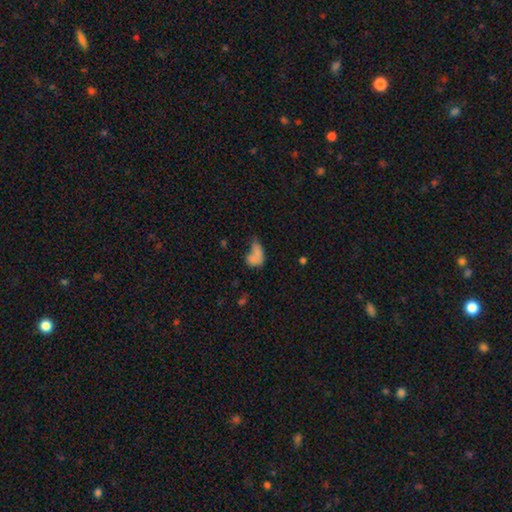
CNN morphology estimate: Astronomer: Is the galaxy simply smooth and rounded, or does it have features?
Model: smooth — 71%.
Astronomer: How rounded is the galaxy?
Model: in between — 81%.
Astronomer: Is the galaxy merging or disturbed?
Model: major disturbance — 32% (runner-up: merger, 24%).